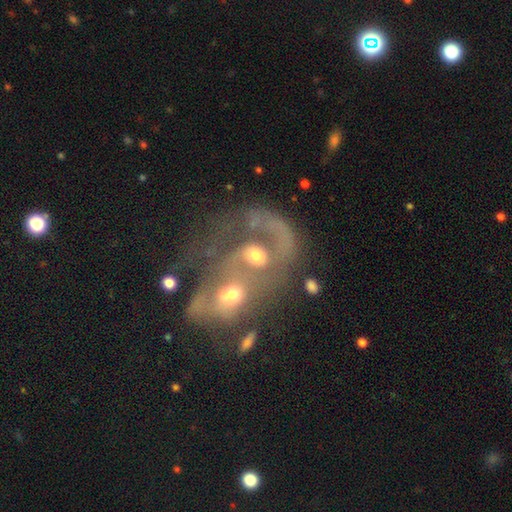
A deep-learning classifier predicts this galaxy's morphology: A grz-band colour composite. It shows a featured or disk galaxy (73%) with no bar (70%), spiral arms (67%) and a moderate central bulge (62%). Merging: merger (78%).